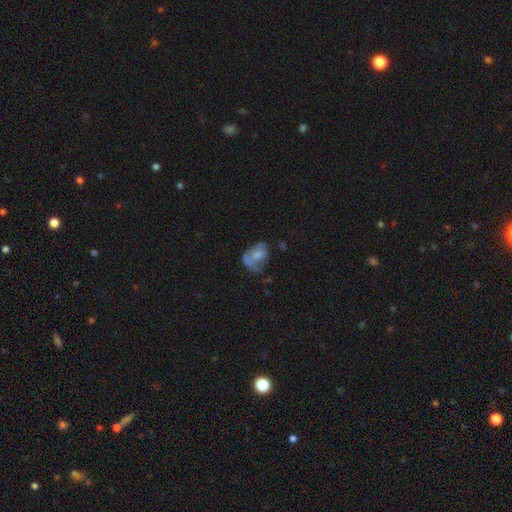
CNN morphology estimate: Smooth or featured? Predicted: smooth (p=0.54). How rounded? Predicted: in between (p=0.72). Merging? Predicted: major disturbance (p=0.33).